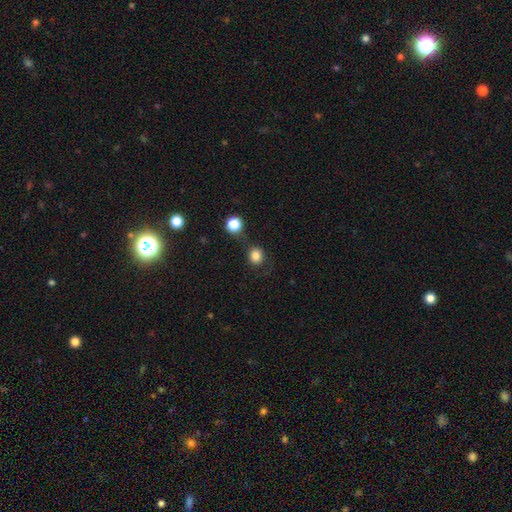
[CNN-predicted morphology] smooth-or-featured: smooth: 82% | star or artifact: 12% | featured or disk: 6%
  how-rounded: round: 83% | in between: 16% | cigar-shaped: 1%
  merging: none: 69% | minor disturbance: 14% | merger: 10% | major disturbance: 7%